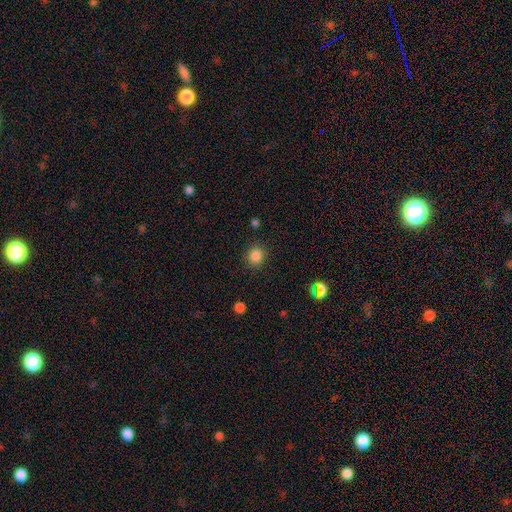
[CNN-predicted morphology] The model was most divided on "smooth or featured": smooth: 85%, star or artifact: 12%, featured or disk: 4%. More confident: merging — none (88%); how rounded — round (87%).